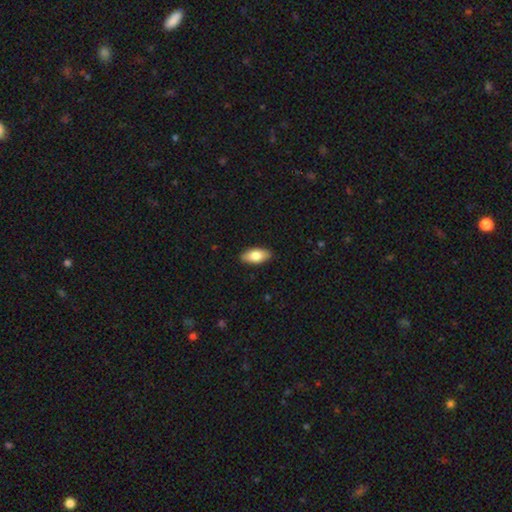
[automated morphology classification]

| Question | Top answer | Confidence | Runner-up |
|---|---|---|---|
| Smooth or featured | smooth | 80% | featured or disk (14%) |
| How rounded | in between | 91% | cigar-shaped (7%) |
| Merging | none | 89% | minor disturbance (8%) |